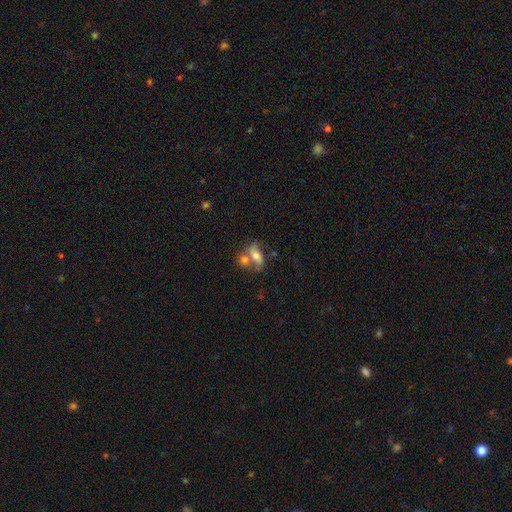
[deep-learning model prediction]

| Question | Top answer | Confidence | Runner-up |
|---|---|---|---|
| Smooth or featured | smooth | 56% | featured or disk (34%) |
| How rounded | in between | 76% | round (16%) |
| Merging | merger | 49% | none (31%) |